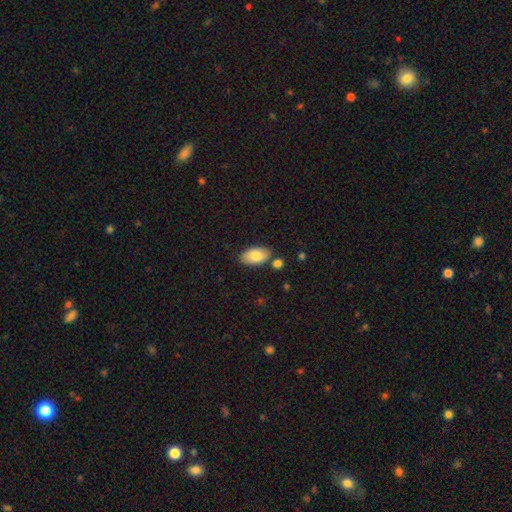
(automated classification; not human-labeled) Smooth or featured? smooth (82%)
How rounded? in between (94%)
Merging? none (79%)